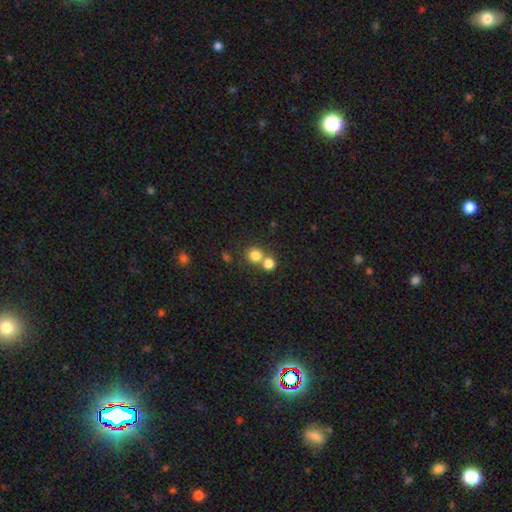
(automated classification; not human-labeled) Overall: smooth (79%). How rounded: round (89%). Merging: none (57%; merger 34%).